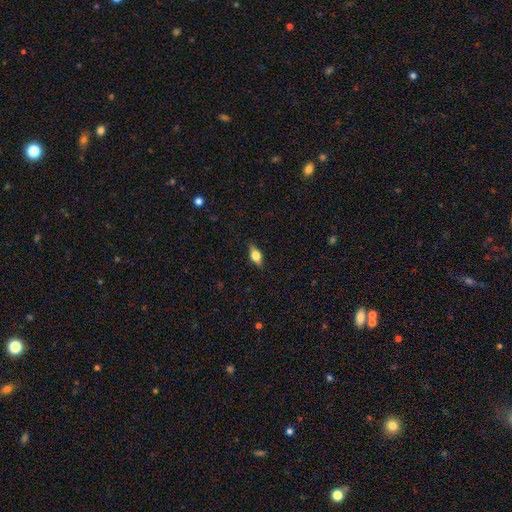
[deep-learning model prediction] smooth-or-featured: smooth: 64% | featured or disk: 27% | star or artifact: 8%
  how-rounded: in between: 79% | cigar-shaped: 13% | round: 7%
  merging: none: 82% | minor disturbance: 14% | major disturbance: 3% | merger: 1%